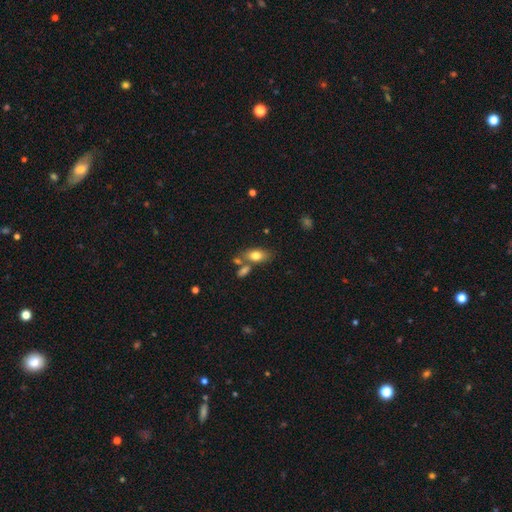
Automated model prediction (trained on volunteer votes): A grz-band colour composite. It shows a smooth galaxy with no disk features (75%) that is in between round and cigar-shaped (85%). Merging: none (58%).